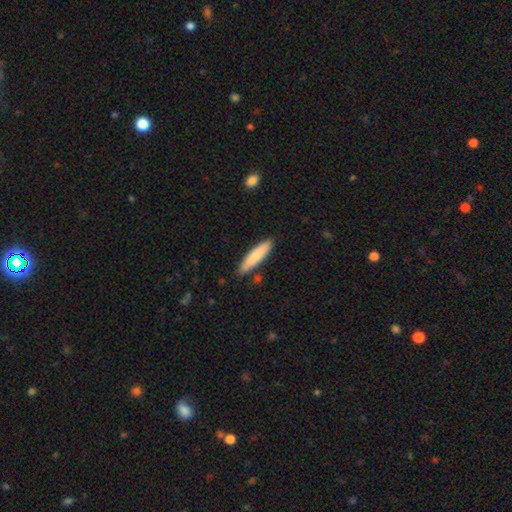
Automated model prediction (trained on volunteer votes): Smooth or featured?
  - smooth: 81% *
  - featured or disk: 14%
  - star or artifact: 5%
How rounded?
  - cigar-shaped: 79% *
  - in between: 20%
  - round: 1%
Merging?
  - none: 86% *
  - minor disturbance: 10%
  - merger: 2%
  - major disturbance: 2%